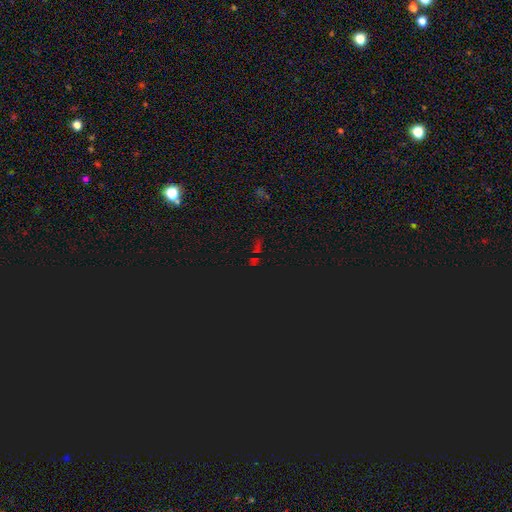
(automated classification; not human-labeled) Q: Smooth or featured?
A: star or artifact (71%); runner-up: smooth (20%)